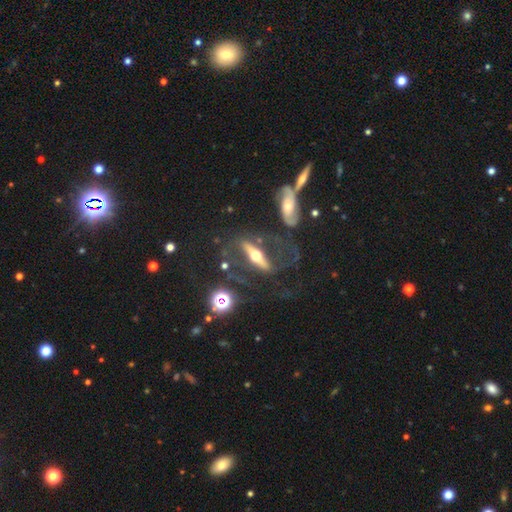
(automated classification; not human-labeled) Smooth or featured: featured or disk — 77% (smooth — 15%)
Edge-on disk: yes — 64% (no — 36%)
Merging: none — 53% (major disturbance — 22%)